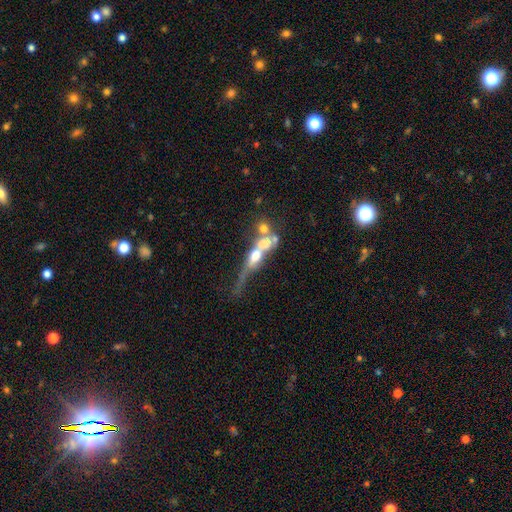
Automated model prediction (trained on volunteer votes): A featured or disk galaxy (48%).

Vote fractions:
- Smooth or featured? featured or disk: 48% / smooth: 40% / star or artifact: 12%
- Merging? merger: 57% / major disturbance: 17% / none: 16% / minor disturbance: 9%